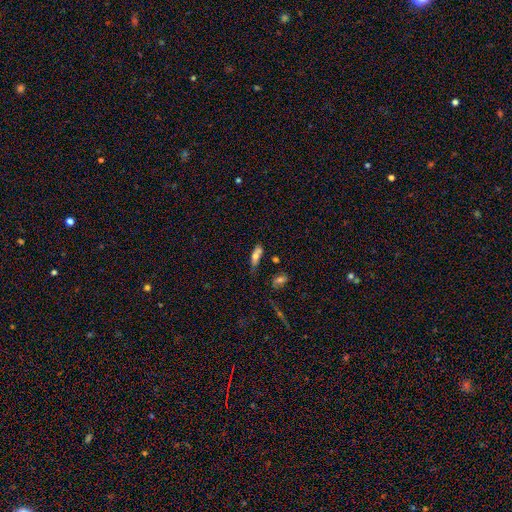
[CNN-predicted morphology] smooth-or-featured: smooth: 65% | featured or disk: 26% | star or artifact: 9%
  how-rounded: in between: 57% | cigar-shaped: 39% | round: 4%
  merging: none: 48% | minor disturbance: 23% | merger: 20% | major disturbance: 8%